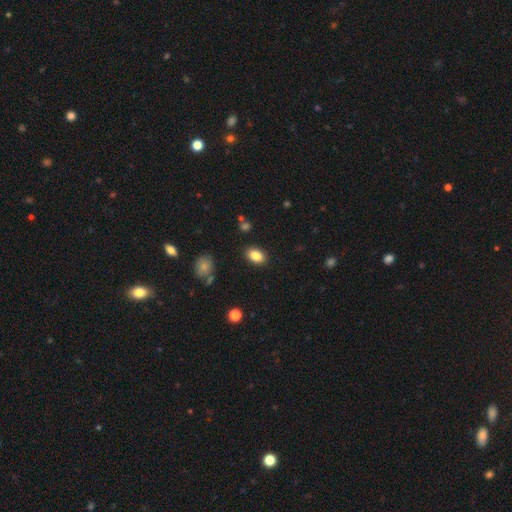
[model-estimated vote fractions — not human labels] This is clearly a smooth galaxy (85%). How rounded: clearly in between (85%). Merging: clearly none (86%).